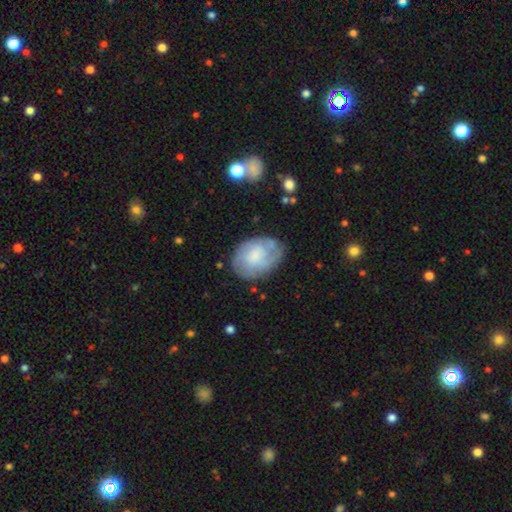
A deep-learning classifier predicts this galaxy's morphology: This is possibly a featured or disk galaxy (47%). Merging: likely none (67%).